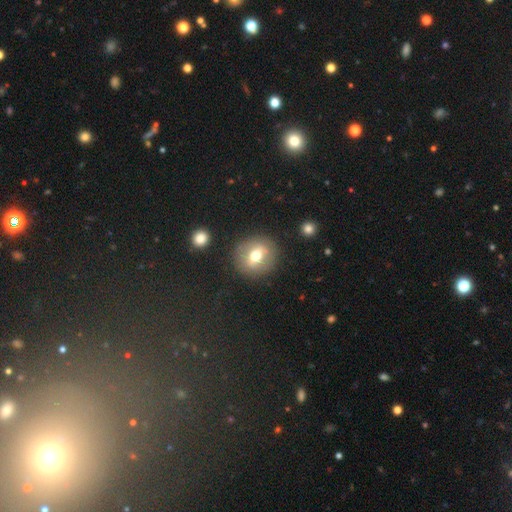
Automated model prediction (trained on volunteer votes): Smooth or featured?
  - smooth: 55% *
  - featured or disk: 35%
  - star or artifact: 9%
How rounded?
  - round: 77% *
  - in between: 22%
  - cigar-shaped: 1%
Merging?
  - none: 84% *
  - minor disturbance: 10%
  - major disturbance: 4%
  - merger: 2%